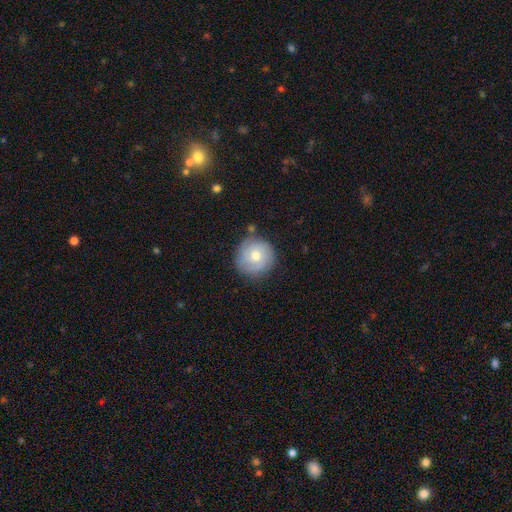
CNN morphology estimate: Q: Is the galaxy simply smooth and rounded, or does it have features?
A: smooth — 59%.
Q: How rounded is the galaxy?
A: round — 94%.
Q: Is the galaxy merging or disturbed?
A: none — 77%.